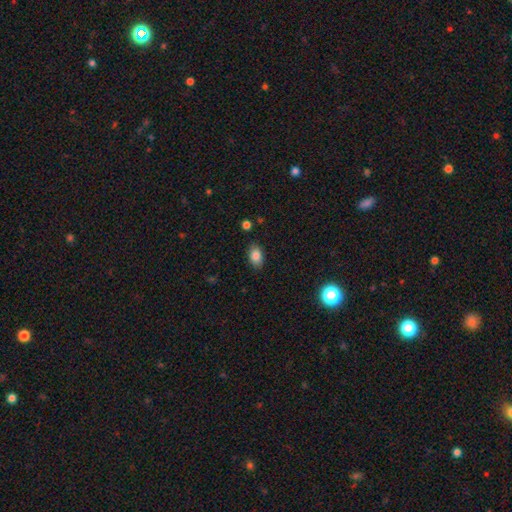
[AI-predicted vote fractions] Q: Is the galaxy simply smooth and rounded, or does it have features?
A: smooth — 84%.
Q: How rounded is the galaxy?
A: in between — 87%.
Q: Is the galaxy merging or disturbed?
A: none — 86%.